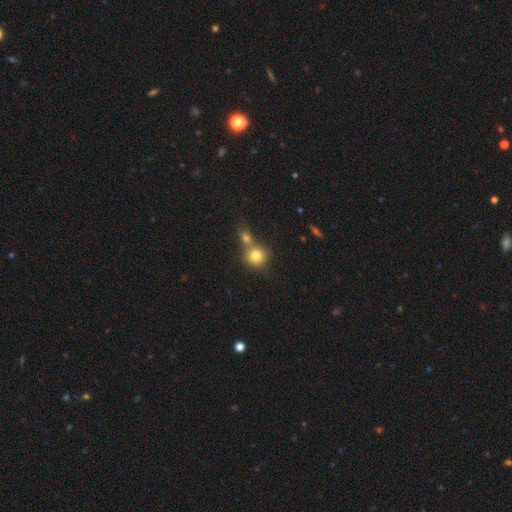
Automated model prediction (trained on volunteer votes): smooth 78%, star or artifact 11%, featured or disk 11%. Down the decision tree: how rounded — round (86%); merging — none (46%).